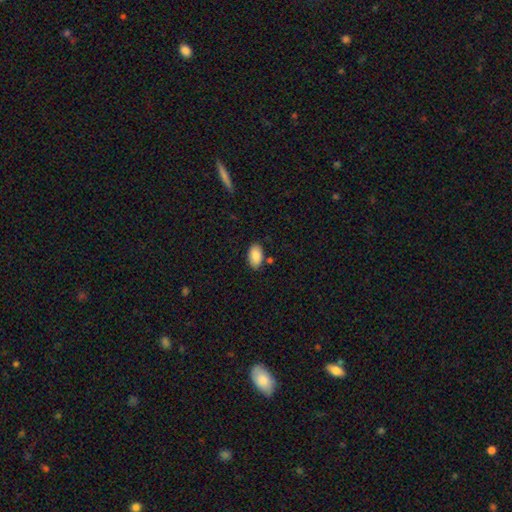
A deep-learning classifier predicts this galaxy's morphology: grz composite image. It shows a smooth galaxy with no disk features (87%) that is in between round and cigar-shaped (94%). Merging: none (80%).